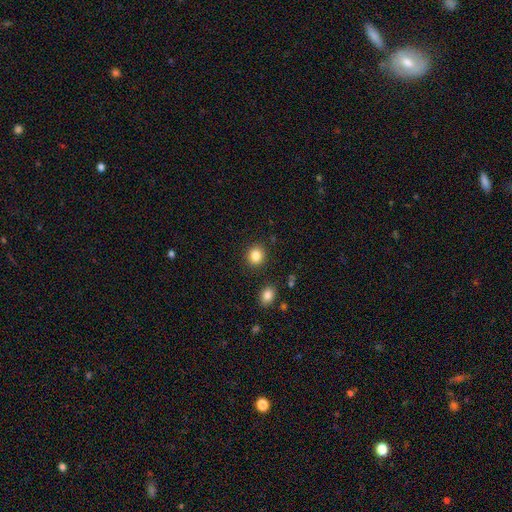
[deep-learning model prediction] Overall: smooth (85%). How rounded: round (79%). Merging: none (88%).